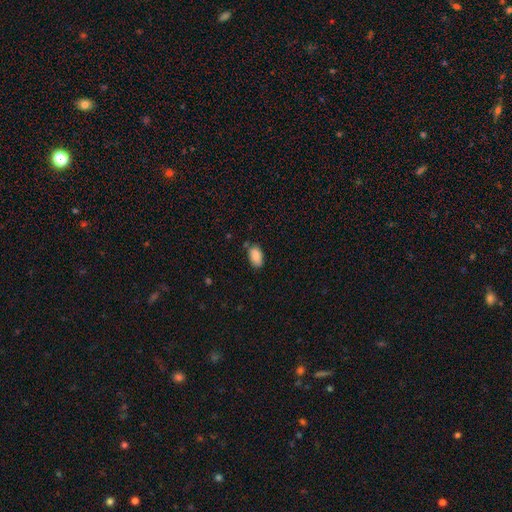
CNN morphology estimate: This is clearly a smooth galaxy (88%). How rounded: clearly in between (93%). Merging: likely none (71%).